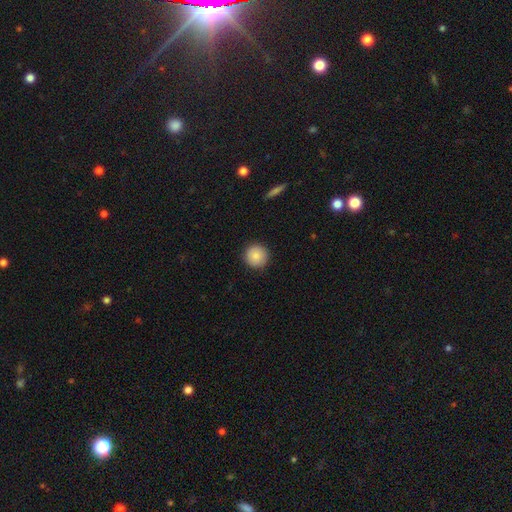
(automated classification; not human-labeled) Morphology: type=smooth (87%); roundness=round (96%); merging=none (92%).